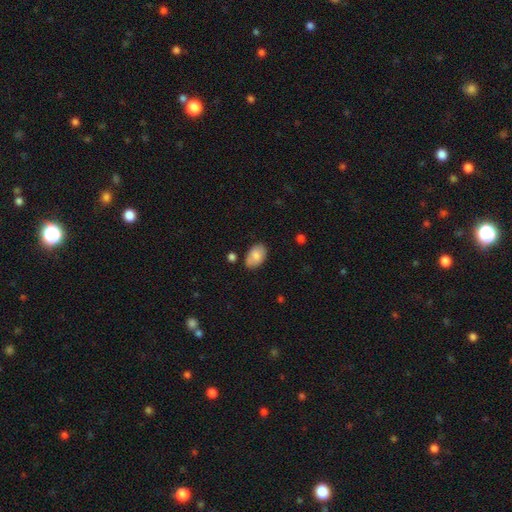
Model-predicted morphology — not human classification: Smooth or featured? smooth (80%)
How rounded? in between (91%)
Merging? none (75%)